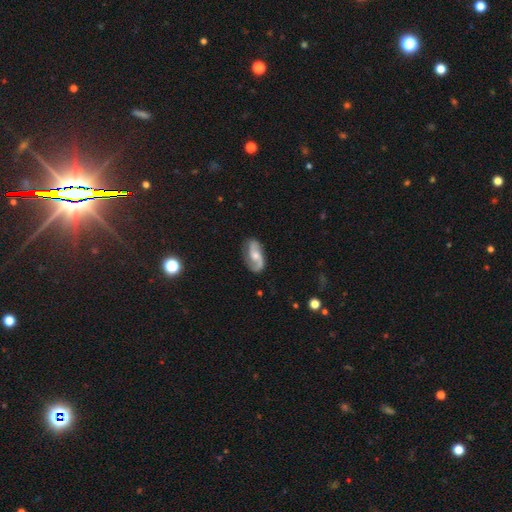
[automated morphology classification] type=featured or disk (80%); edge-on=no (96%); bar=no (55%); spiral arms=yes (95%); winding=loose (44%); arm count=2 (86%); bulge=moderate (55%); merging=none (73%).